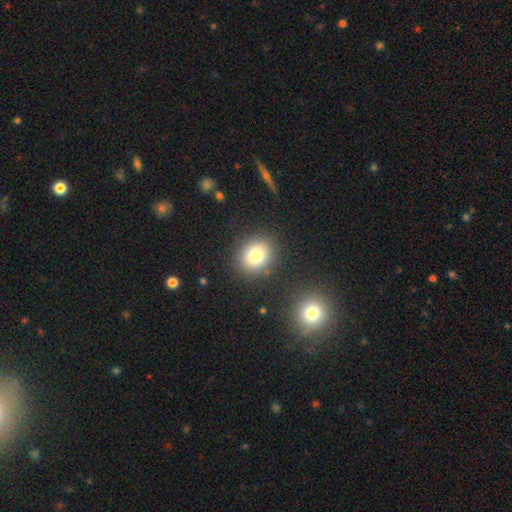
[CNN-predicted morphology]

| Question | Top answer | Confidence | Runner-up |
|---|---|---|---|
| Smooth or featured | smooth | 77% | star or artifact (13%) |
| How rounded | round | 75% | in between (24%) |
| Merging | none | 86% | minor disturbance (8%) |